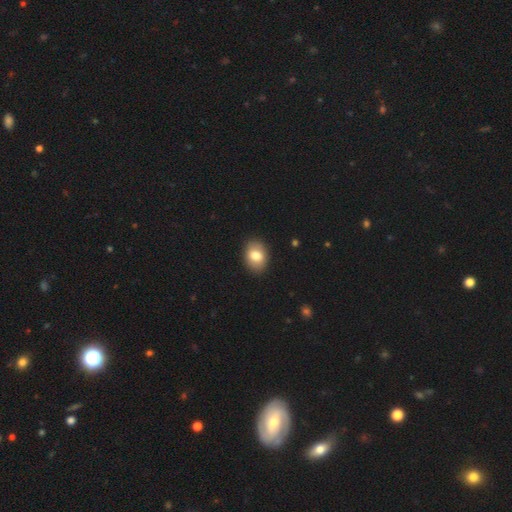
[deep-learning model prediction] Morphology: type=smooth (79%); roundness=in between (72%); merging=none (88%).